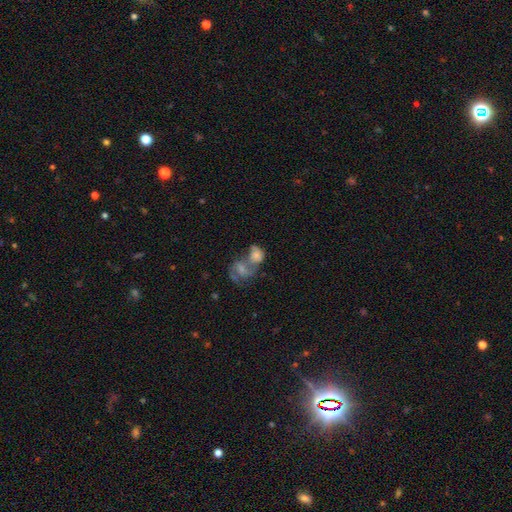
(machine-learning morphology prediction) This appears to be a smooth galaxy with no disk features (50%) that is in between round and cigar-shaped (57%). Merging: merger (73%).